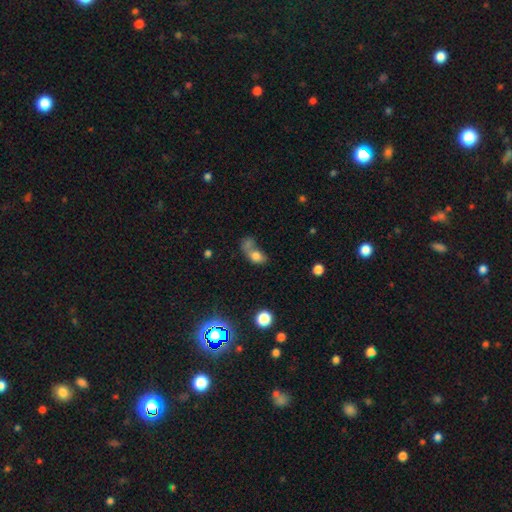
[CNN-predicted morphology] The model was most divided on "merging": merger: 55%, none: 20%, major disturbance: 15%, minor disturbance: 10%. More confident: smooth or featured — smooth (71%); how rounded — in between (69%).